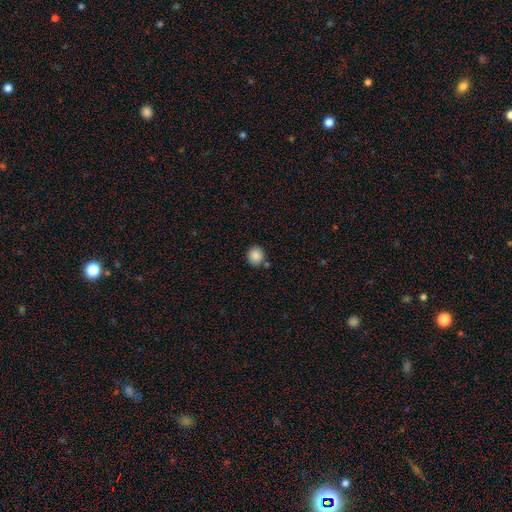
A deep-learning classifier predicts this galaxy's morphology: A smooth galaxy with no disk features (87%) that is round (88%). Merging: none (81%).